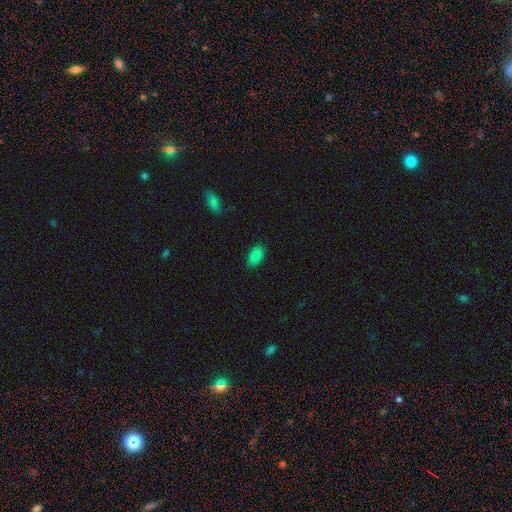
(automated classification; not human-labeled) Smooth or featured?
  - smooth: 85% *
  - star or artifact: 9%
  - featured or disk: 7%
How rounded?
  - in between: 93% *
  - round: 4%
  - cigar-shaped: 3%
Merging?
  - none: 86% *
  - minor disturbance: 11%
  - major disturbance: 2%
  - merger: 1%